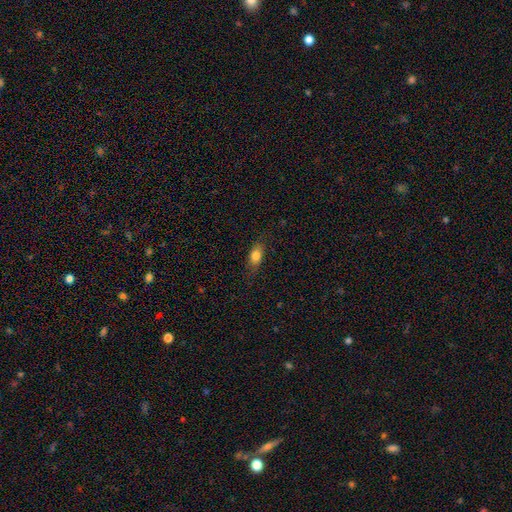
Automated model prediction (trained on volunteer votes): This appears to be a smooth galaxy with no disk features (78%) that is in between round and cigar-shaped (79%). Merging: none (78%).